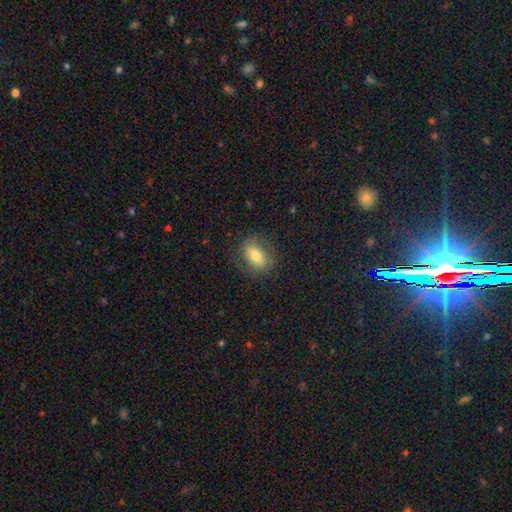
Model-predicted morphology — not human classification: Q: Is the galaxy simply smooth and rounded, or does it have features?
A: smooth — 65%.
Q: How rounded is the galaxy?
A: in between — 78%.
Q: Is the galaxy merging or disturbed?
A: none — 76%.